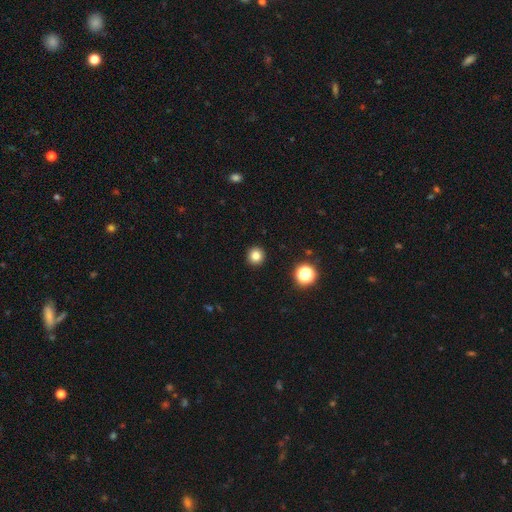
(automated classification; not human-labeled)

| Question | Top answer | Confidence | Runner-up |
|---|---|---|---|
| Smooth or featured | smooth | 81% | star or artifact (13%) |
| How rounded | round | 95% | in between (4%) |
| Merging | none | 93% | minor disturbance (4%) |